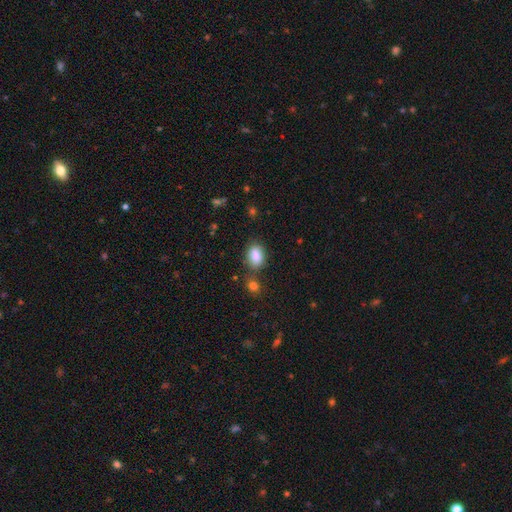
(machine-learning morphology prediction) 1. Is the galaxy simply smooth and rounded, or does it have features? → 86% smooth, 8% star or artifact, 6% featured or disk.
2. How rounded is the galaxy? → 81% in between, 17% round, 1% cigar-shaped.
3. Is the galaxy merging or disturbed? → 71% none, 14% minor disturbance, 11% merger, 4% major disturbance.